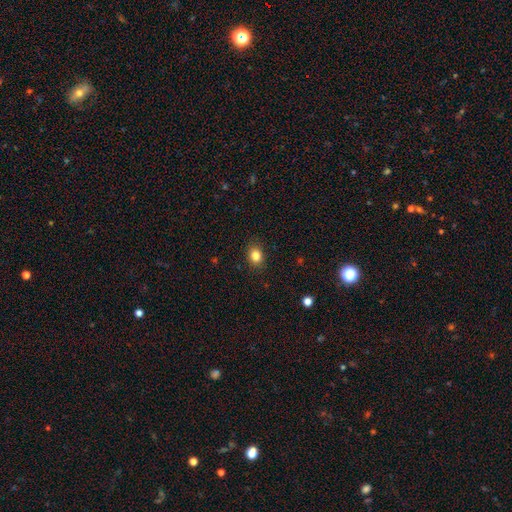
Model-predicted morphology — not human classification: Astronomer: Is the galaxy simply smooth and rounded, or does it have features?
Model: smooth — 84%.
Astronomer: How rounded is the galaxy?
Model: round — 53% (runner-up: in between, 46%).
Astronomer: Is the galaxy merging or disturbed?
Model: none — 88%.